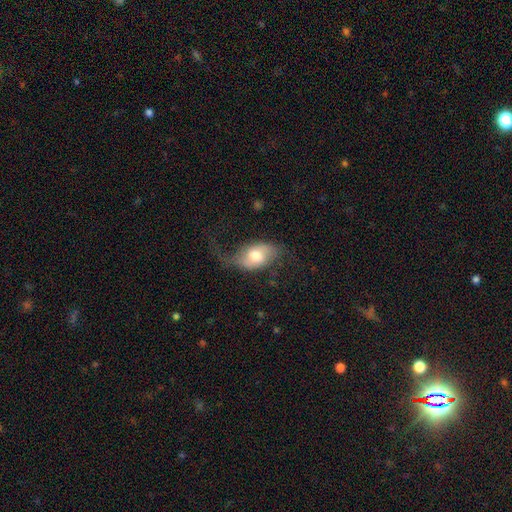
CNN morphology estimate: The model was most divided on "merging": none: 38%, major disturbance: 36%, minor disturbance: 24%, merger: 2%. Remaining: smooth or featured — smooth (49%).